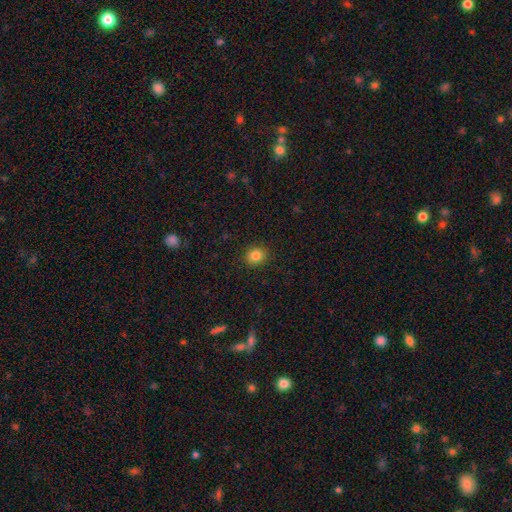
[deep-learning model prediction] Morphology: type=smooth (84%); roundness=round (73%); merging=none (90%).